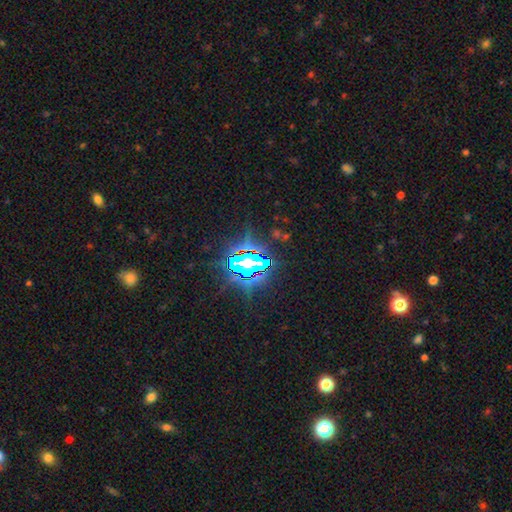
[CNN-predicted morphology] The model was most divided on "smooth or featured": star or artifact: 82%, smooth: 11%, featured or disk: 8%.